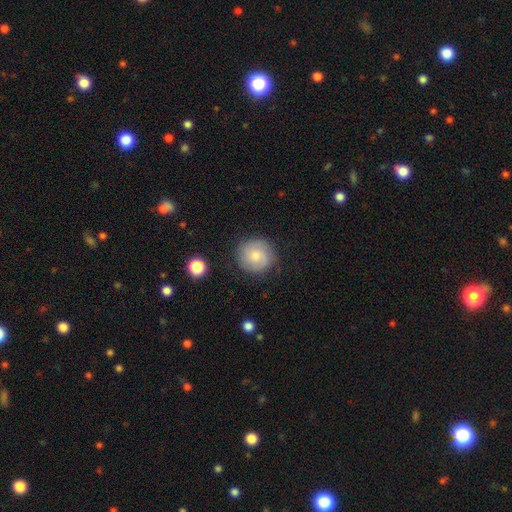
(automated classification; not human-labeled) This appears to be a smooth galaxy with no disk features (57%) that is round (91%). Merging: none (81%).